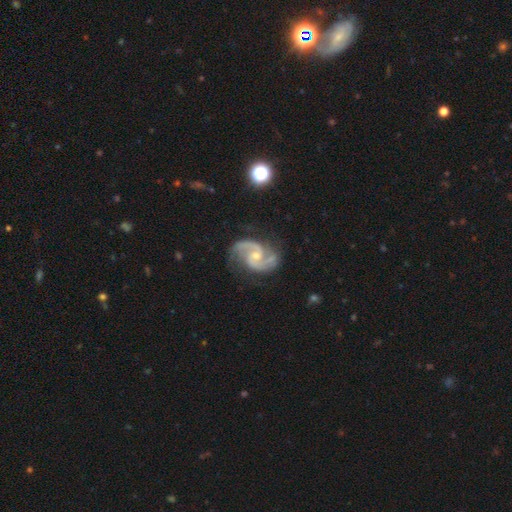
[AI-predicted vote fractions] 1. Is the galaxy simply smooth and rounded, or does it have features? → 92% featured or disk, 4% star or artifact, 3% smooth.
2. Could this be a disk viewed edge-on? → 98% no, 2% yes.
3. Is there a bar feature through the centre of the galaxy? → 55% no, 38% weak, 8% strong.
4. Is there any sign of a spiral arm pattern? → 98% yes, 2% no.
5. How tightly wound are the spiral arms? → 62% medium, 19% loose, 19% tight.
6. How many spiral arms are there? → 91% 2, 3% 3, 2% can't tell, 1% 1, 1% 4, 1% more than 4.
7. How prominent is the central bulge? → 51% small, 45% moderate, 2% none, 1% large, 1% dominant.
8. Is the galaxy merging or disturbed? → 74% none, 18% minor disturbance, 6% major disturbance, 2% merger.